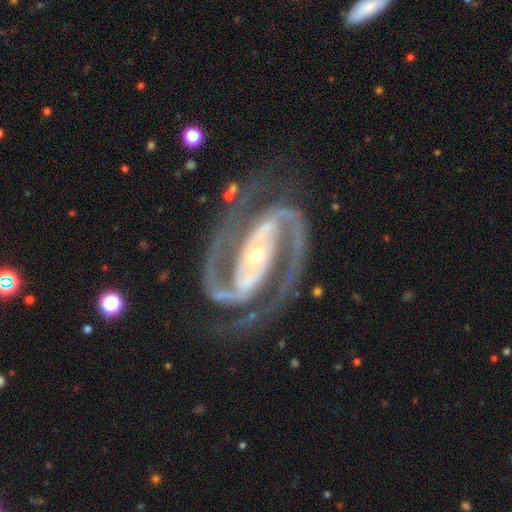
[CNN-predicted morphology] smooth-or-featured: featured or disk: 95% | star or artifact: 3% | smooth: 2%
  disk-edge-on: no: 98% | yes: 2%
    bar: strong: 57% | weak: 22% | no: 21%
    has-spiral-arms: yes: 99% | no: 1%
      spiral-winding: medium: 56% | tight: 37% | loose: 7%
      spiral-arm-count: 2: 94% | 3: 2% | can't tell: 1% | 1: 1% | 4: 1% | more than 4: 1%
    bulge-size: small: 56% | moderate: 39% | large: 3% | dominant: 1% | none: 1%
  merging: none: 79% | minor disturbance: 13% | major disturbance: 6% | merger: 2%